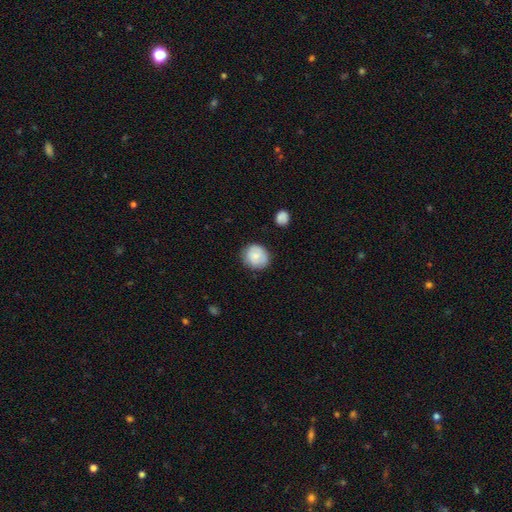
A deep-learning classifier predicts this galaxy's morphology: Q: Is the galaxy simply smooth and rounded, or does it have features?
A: smooth — 77%.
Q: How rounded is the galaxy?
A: round — 80%.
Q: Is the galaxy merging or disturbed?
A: none — 76%.